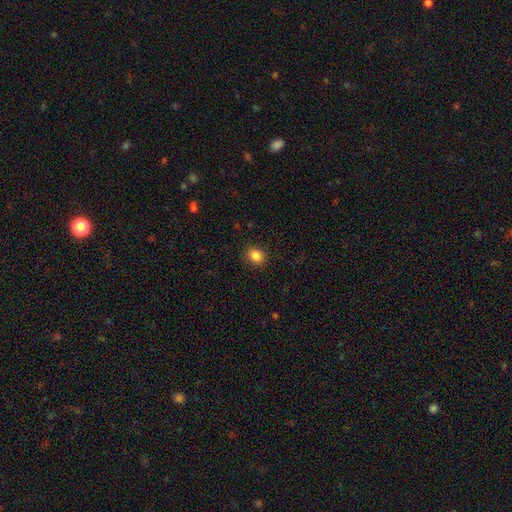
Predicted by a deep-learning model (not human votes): This appears to be a smooth galaxy with no disk features (85%) that is round (55%). Merging: none (89%).